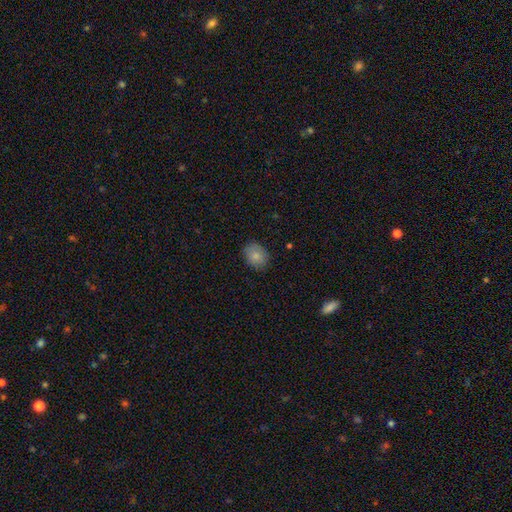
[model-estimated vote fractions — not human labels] Overall: smooth (83%). How rounded: round (51%; in between 48%). Merging: none (82%).